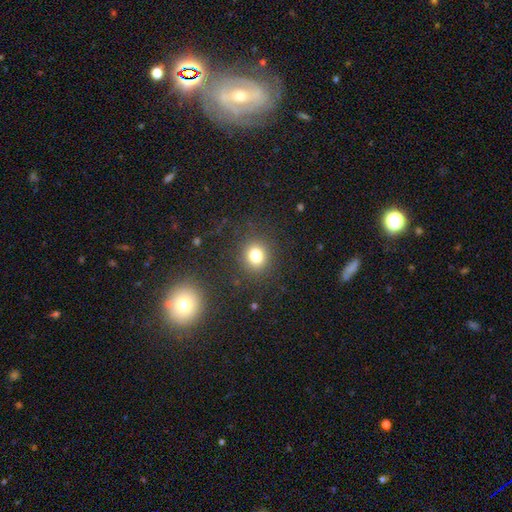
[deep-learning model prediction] Smooth or featured? Predicted: smooth (p=0.79). How rounded? Predicted: round (p=0.78). Merging? Predicted: none (p=0.86).